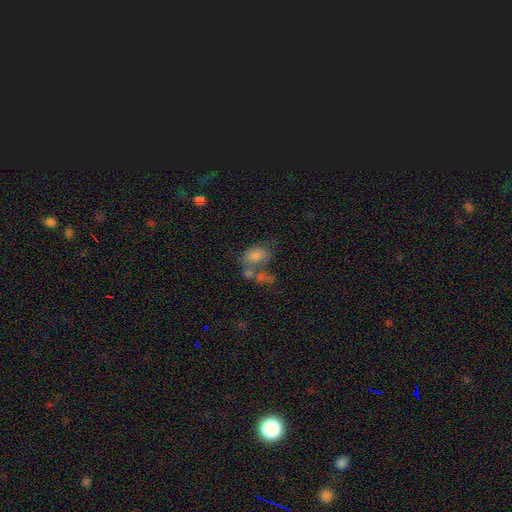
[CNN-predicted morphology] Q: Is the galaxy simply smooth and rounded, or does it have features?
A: smooth — 74%.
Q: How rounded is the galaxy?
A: in between — 79%.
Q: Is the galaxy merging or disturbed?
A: merger — 43%.